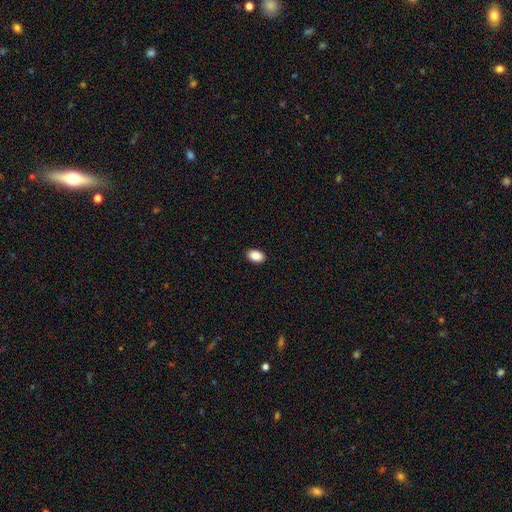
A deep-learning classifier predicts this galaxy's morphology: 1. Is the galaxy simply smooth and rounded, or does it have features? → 90% smooth, 8% star or artifact, 3% featured or disk.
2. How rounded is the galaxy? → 84% in between, 15% round, 1% cigar-shaped.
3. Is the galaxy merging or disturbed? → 90% none, 7% minor disturbance, 2% major disturbance, 1% merger.